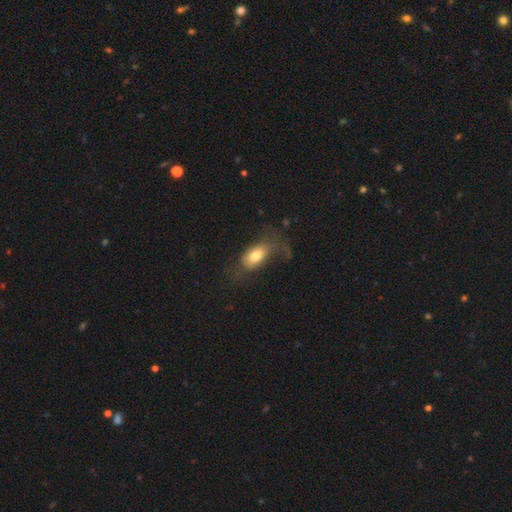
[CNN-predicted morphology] Overall: smooth (72%). How rounded: in between (89%). Merging: major disturbance (39%; none 35%).